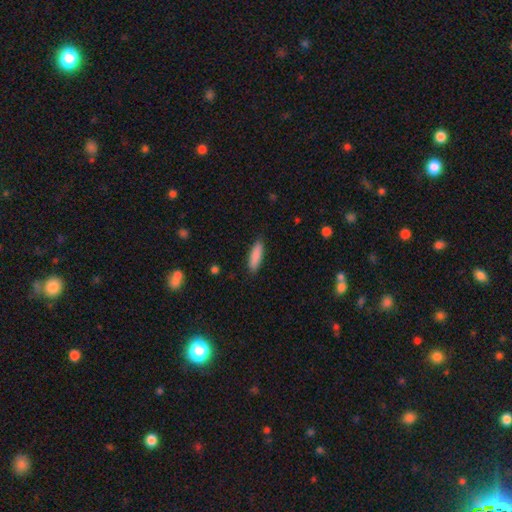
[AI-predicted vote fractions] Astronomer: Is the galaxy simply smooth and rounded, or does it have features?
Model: smooth — 88%.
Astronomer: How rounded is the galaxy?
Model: cigar-shaped — 62%.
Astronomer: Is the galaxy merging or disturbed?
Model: none — 87%.